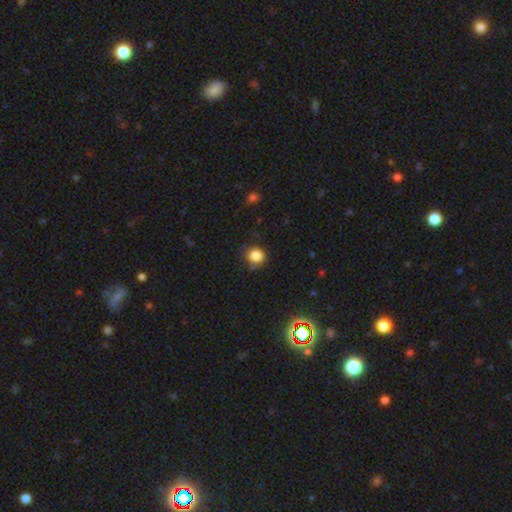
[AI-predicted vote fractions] Smooth or featured? Predicted: smooth (p=0.84). How rounded? Predicted: round (p=0.87). Merging? Predicted: none (p=0.79).